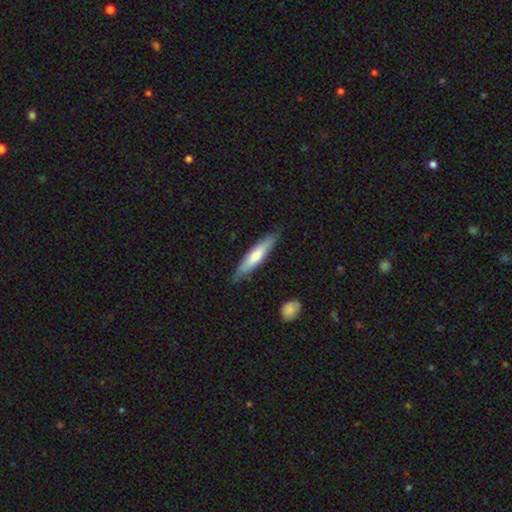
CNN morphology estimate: Q: Smooth or featured?
A: smooth (60%); runner-up: featured or disk (35%)
Q: How rounded?
A: cigar-shaped (85%); runner-up: in between (14%)
Q: Merging?
A: none (86%); runner-up: minor disturbance (11%)